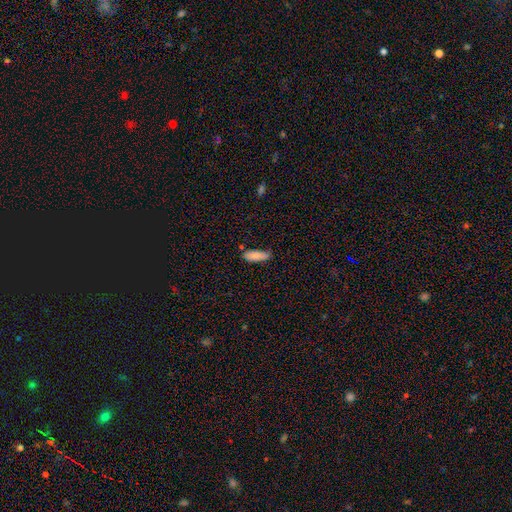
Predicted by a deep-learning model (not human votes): A smooth galaxy with no disk features (85%) that is in between round and cigar-shaped (64%). Merging: none (61%).